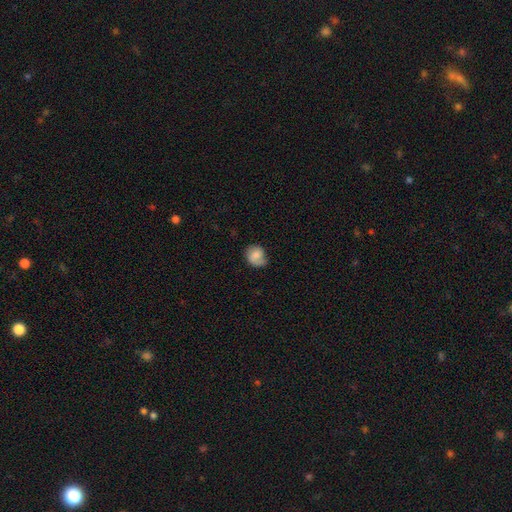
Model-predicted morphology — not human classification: smooth 70%, featured or disk 22%, star or artifact 8%. Down the decision tree: how rounded — round (66%); merging — none (55%).